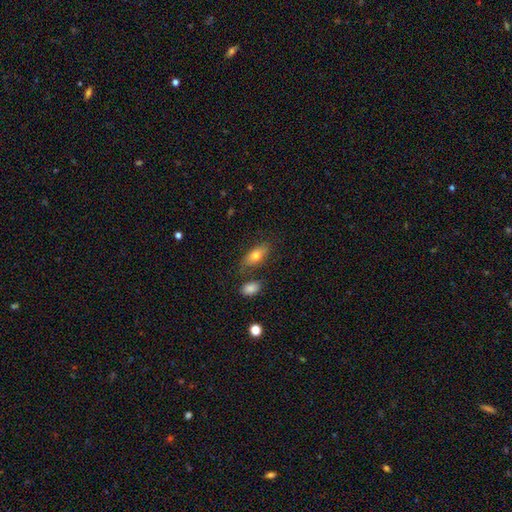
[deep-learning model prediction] Smooth or featured? Predicted: smooth (p=0.75). How rounded? Predicted: in between (p=0.85). Merging? Predicted: none (p=0.70).